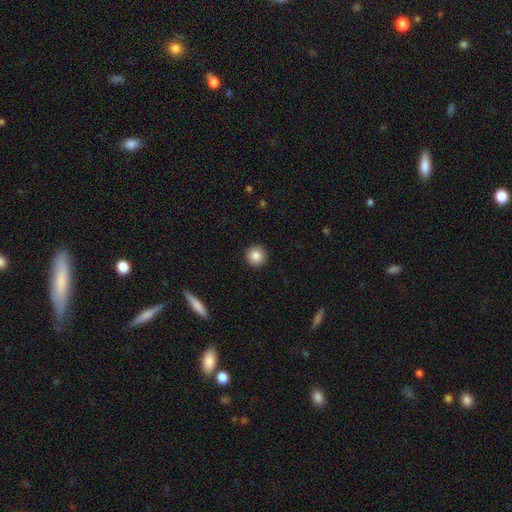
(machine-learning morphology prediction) smooth_or_featured: smooth (p=0.86) [alt: star or artifact p=0.09]
how_rounded: round (p=0.95) [alt: in between p=0.04]
merging: none (p=0.93) [alt: minor disturbance p=0.05]